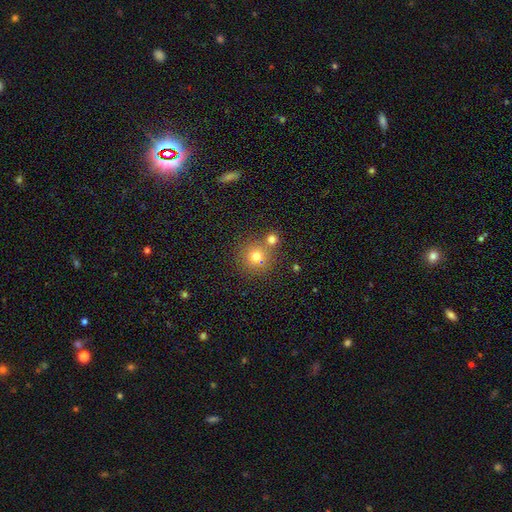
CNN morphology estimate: This is likely a smooth galaxy (74%). How rounded: clearly round (92%). Merging: likely none (67%).